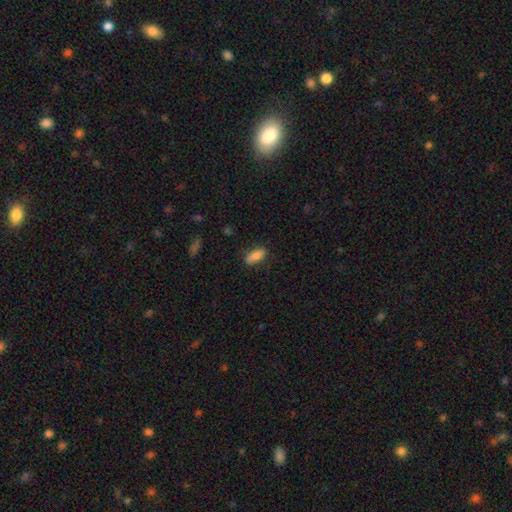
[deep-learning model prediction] Smooth or featured? Predicted: smooth (p=0.82). How rounded? Predicted: in between (p=0.78). Merging? Predicted: none (p=0.80).